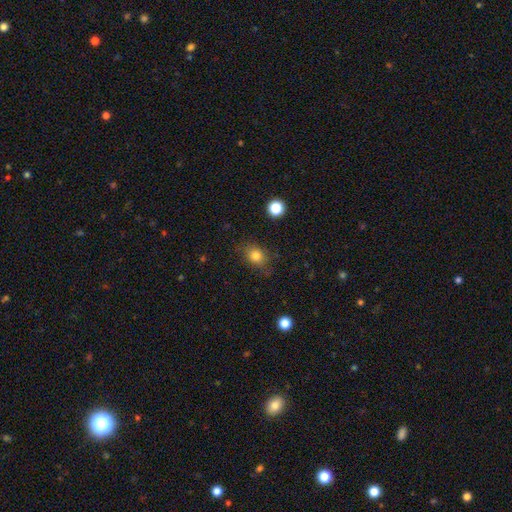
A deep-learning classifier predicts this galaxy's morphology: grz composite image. It shows a smooth galaxy with no disk features (81%) that is in between round and cigar-shaped (52%). Merging: none (79%).